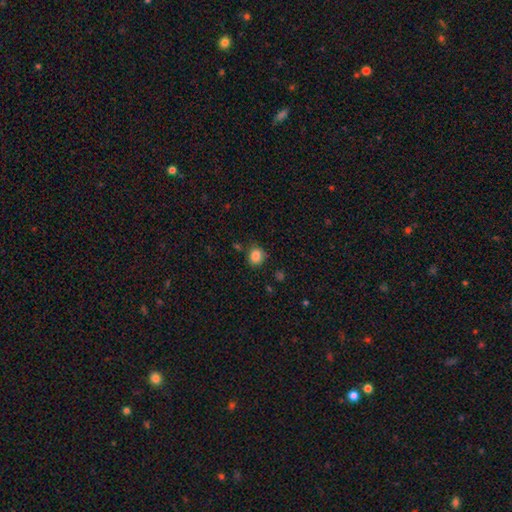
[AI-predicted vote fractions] Smooth or featured? Predicted: smooth (p=0.85). How rounded? Predicted: round (p=0.77). Merging? Predicted: none (p=0.78).